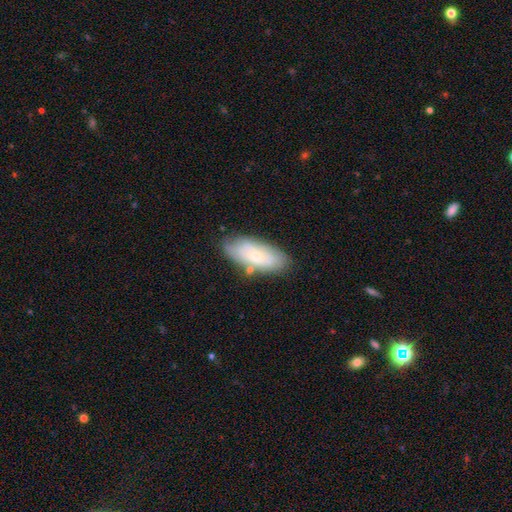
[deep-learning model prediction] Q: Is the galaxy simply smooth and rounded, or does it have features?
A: smooth — 52%.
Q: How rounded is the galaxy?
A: in between — 81%.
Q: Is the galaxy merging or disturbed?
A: none — 73%.